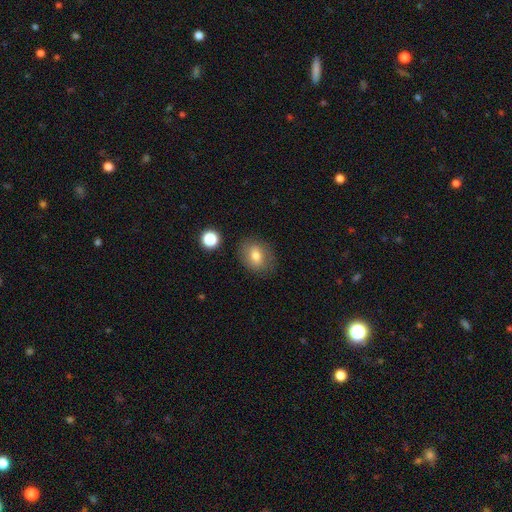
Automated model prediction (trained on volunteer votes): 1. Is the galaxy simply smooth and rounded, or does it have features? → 72% smooth, 18% featured or disk, 10% star or artifact.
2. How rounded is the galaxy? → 58% in between, 41% round, 1% cigar-shaped.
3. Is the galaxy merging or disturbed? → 80% none, 14% minor disturbance, 4% major disturbance, 2% merger.